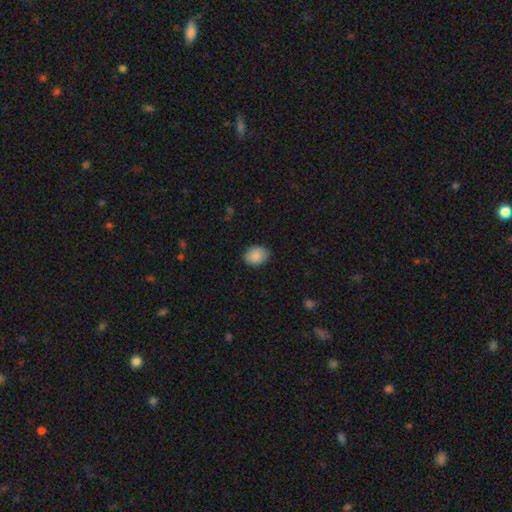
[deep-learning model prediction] Q: Smooth or featured?
A: smooth (88%); runner-up: star or artifact (7%)
Q: How rounded?
A: in between (66%); runner-up: round (33%)
Q: Merging?
A: none (83%); runner-up: minor disturbance (13%)